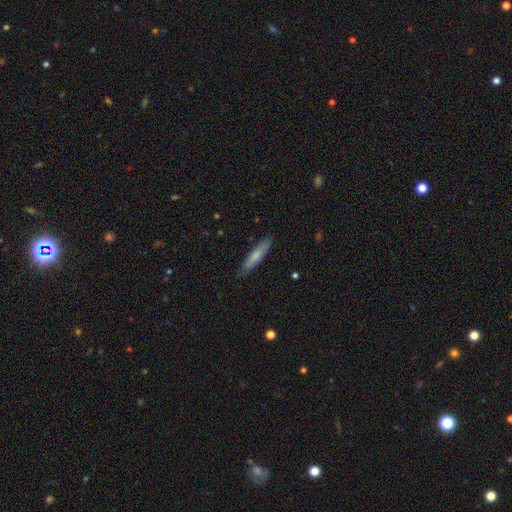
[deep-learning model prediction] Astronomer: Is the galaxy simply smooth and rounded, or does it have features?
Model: smooth — 69%.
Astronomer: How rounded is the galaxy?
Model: cigar-shaped — 89%.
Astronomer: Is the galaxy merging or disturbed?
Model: none — 85%.